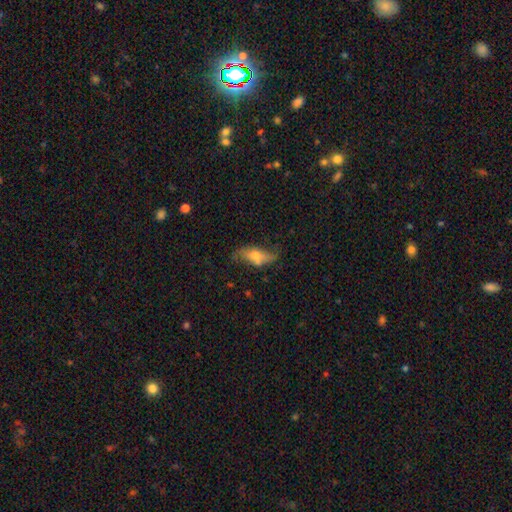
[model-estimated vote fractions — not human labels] Smooth or featured? Predicted: featured or disk (p=0.50). Merging? Predicted: none (p=0.57).